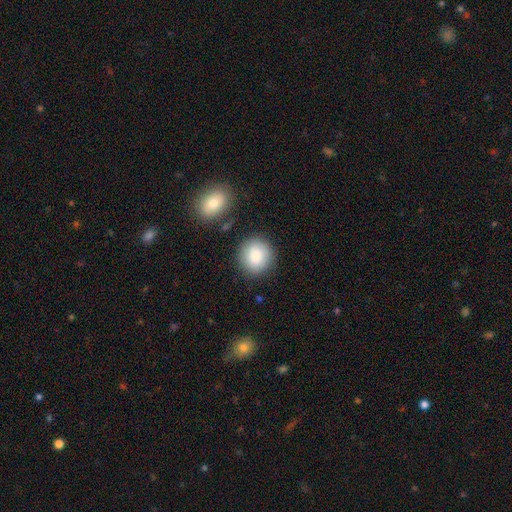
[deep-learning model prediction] This appears to be a smooth galaxy with no disk features (85%) that is round (89%). Merging: none (84%).